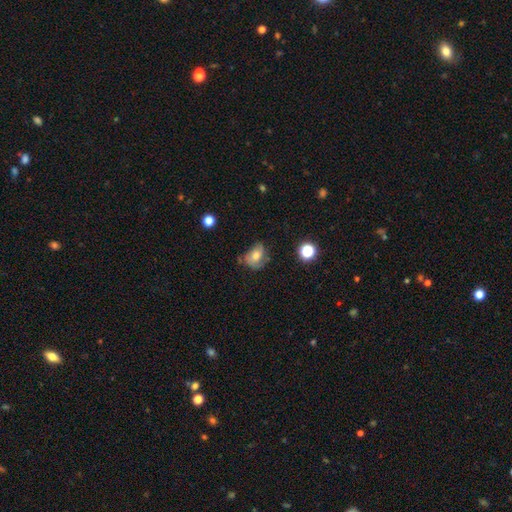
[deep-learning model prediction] smooth-or-featured: smooth: 48% | featured or disk: 41% | star or artifact: 11%
  merging: none: 45% | minor disturbance: 33% | major disturbance: 18% | merger: 5%